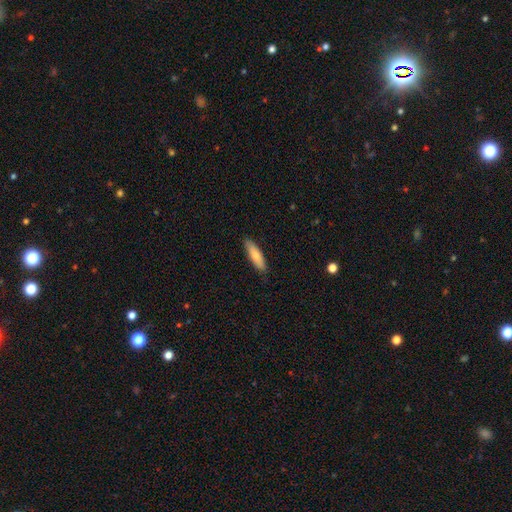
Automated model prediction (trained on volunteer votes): Smooth or featured: smooth — 77% (featured or disk — 17%)
How rounded: cigar-shaped — 63% (in between — 35%)
Merging: none — 88% (minor disturbance — 9%)